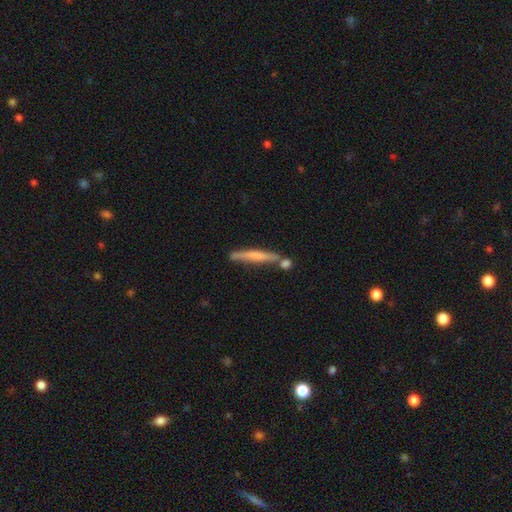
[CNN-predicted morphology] Smooth or featured: smooth — 53% (featured or disk — 41%)
How rounded: cigar-shaped — 94% (in between — 4%)
Merging: none — 66% (minor disturbance — 15%)